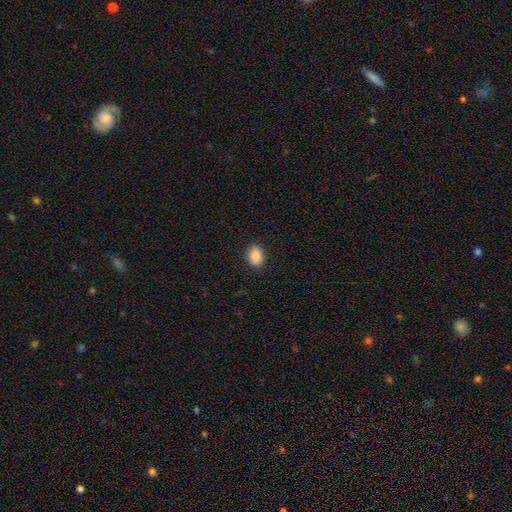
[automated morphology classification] This is clearly a smooth galaxy (88%). How rounded: clearly in between (81%). Merging: clearly none (90%).